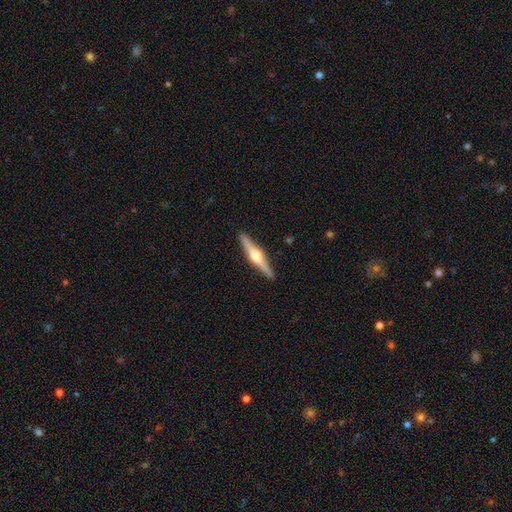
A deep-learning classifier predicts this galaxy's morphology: Overall: featured or disk (78%). Edge-on disk: yes (98%). Edge-on bulge: rounded (95%). Merging: none (92%).